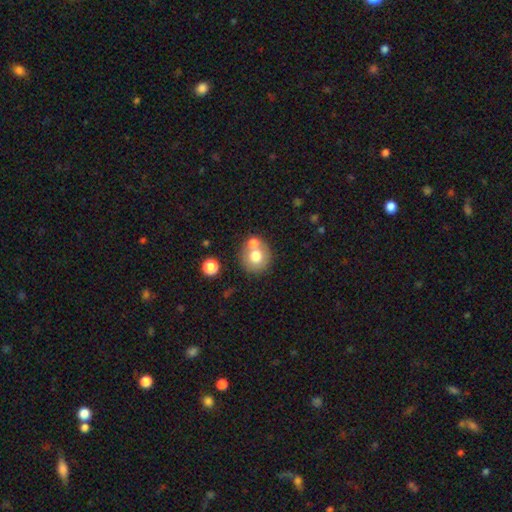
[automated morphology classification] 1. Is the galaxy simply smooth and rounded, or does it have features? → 70% smooth, 20% featured or disk, 10% star or artifact.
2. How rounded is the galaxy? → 87% round, 12% in between, 1% cigar-shaped.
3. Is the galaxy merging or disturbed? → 55% none, 31% merger, 10% minor disturbance, 4% major disturbance.